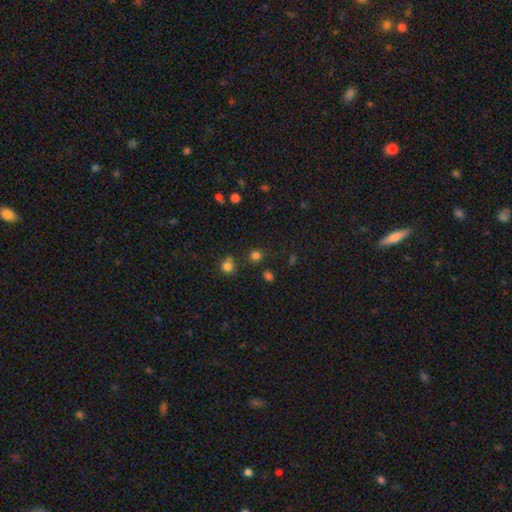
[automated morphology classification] This is likely a smooth galaxy (75%). How rounded: clearly round (88%). Merging: likely none (79%).